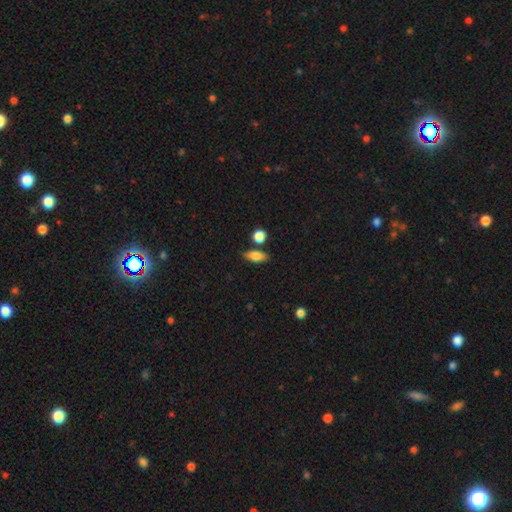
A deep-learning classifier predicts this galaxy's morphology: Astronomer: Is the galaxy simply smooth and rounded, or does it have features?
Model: smooth — 80%.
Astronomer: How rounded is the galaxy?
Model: in between — 77%.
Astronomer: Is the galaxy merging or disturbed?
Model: none — 73%.